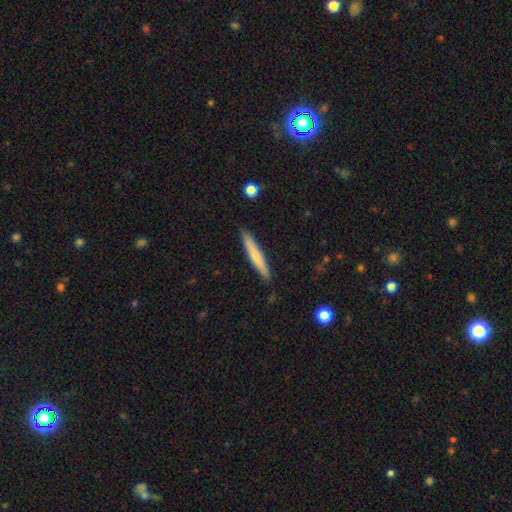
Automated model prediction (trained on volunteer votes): Smooth or featured? Predicted: smooth (p=0.67). How rounded? Predicted: cigar-shaped (p=0.95). Merging? Predicted: none (p=0.89).